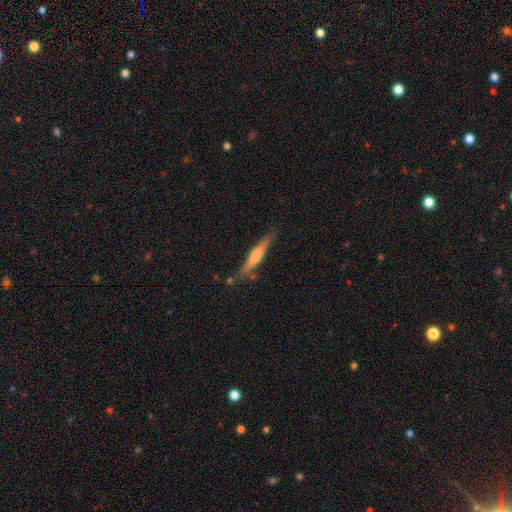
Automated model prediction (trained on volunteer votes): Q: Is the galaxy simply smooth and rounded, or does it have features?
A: featured or disk — 51%.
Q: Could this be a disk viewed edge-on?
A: yes — 95%.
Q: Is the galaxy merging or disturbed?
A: none — 80%.